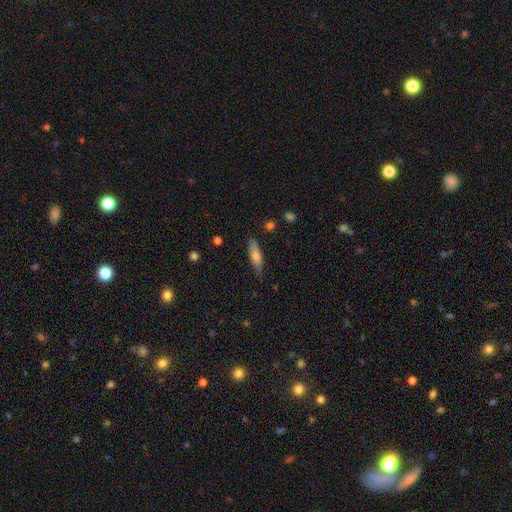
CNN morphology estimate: Overall: smooth (64%; featured or disk 29%). How rounded: cigar-shaped (63%; in between 35%). Merging: none (82%).